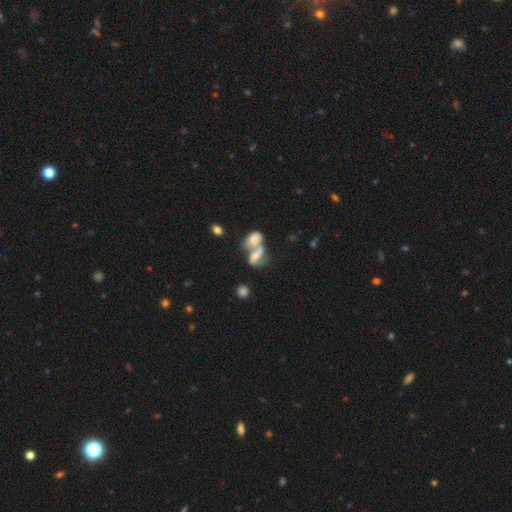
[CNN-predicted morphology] Smooth or featured? smooth (46%)
Merging? merger (71%)